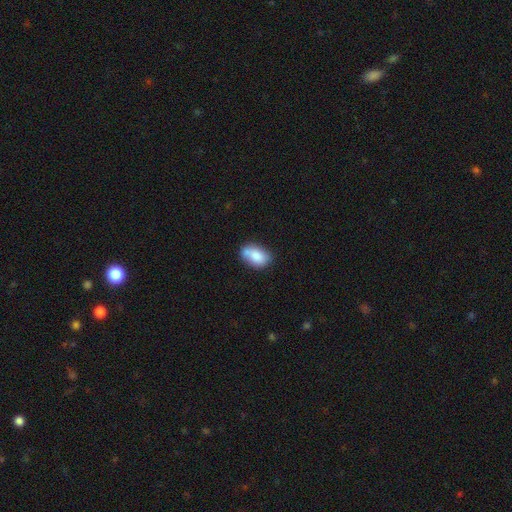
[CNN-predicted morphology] Smooth or featured: smooth — 81% (featured or disk — 12%)
How rounded: in between — 87% (round — 11%)
Merging: none — 54% (minor disturbance — 24%)